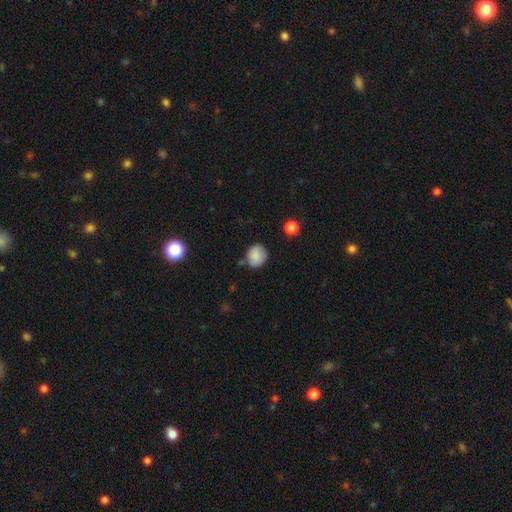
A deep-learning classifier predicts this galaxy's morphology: Smooth or featured?
  - smooth: 86% *
  - star or artifact: 8%
  - featured or disk: 5%
How rounded?
  - round: 73% *
  - in between: 26%
  - cigar-shaped: 1%
Merging?
  - none: 75% *
  - minor disturbance: 17%
  - merger: 5%
  - major disturbance: 4%